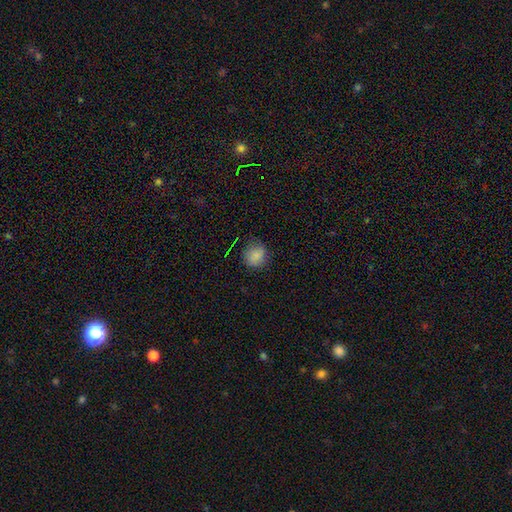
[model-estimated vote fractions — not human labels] Smooth or featured? Predicted: smooth (p=0.84). How rounded? Predicted: round (p=0.78). Merging? Predicted: none (p=0.77).